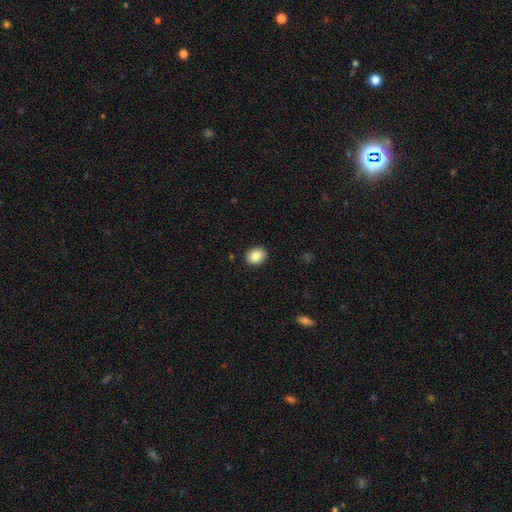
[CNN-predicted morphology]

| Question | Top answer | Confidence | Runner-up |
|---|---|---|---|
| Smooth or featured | smooth | 86% | star or artifact (8%) |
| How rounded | in between | 50% | round (49%) |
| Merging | none | 90% | minor disturbance (7%) |